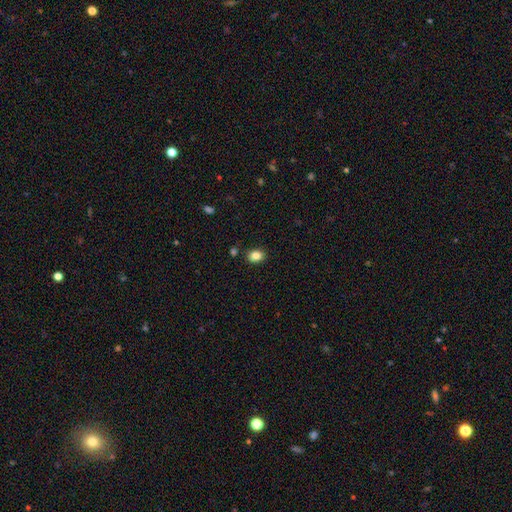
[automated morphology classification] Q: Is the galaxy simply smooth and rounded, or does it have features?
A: smooth — 85%.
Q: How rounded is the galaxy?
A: in between — 59%.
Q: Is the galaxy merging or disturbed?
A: none — 86%.